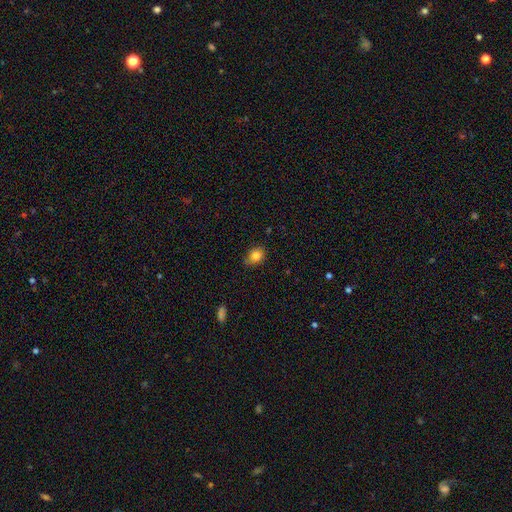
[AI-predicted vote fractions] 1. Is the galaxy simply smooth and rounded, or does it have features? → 83% smooth, 10% star or artifact, 7% featured or disk.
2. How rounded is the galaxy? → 53% round, 46% in between, 1% cigar-shaped.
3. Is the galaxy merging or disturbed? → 76% none, 19% minor disturbance, 3% major disturbance, 2% merger.